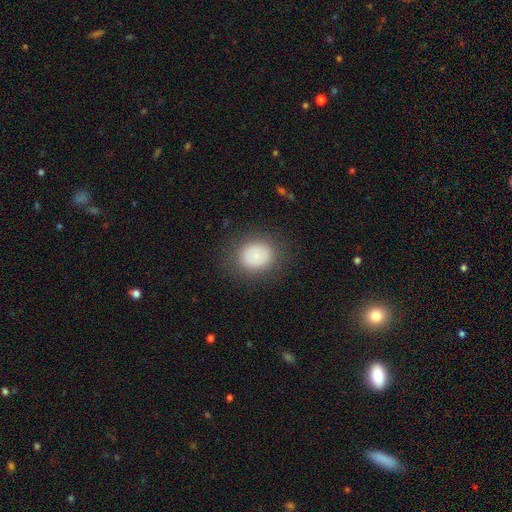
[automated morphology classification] smooth-or-featured: smooth: 78% | featured or disk: 13% | star or artifact: 9%
  how-rounded: round: 72% | in between: 27% | cigar-shaped: 1%
  merging: none: 84% | minor disturbance: 10% | major disturbance: 5% | merger: 1%